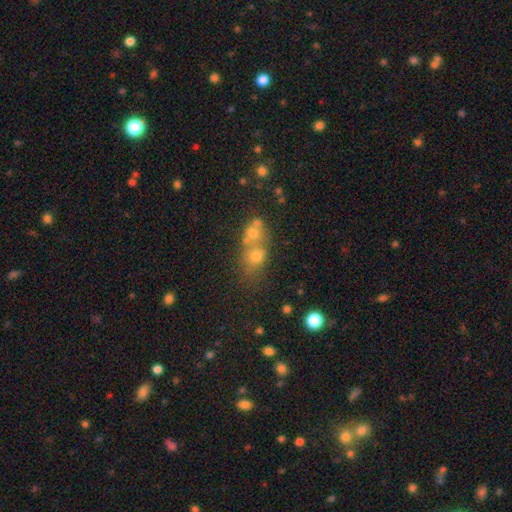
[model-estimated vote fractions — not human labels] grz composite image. It shows a smooth galaxy with no disk features (56%) that is round (57%). Merging: merger (53%).